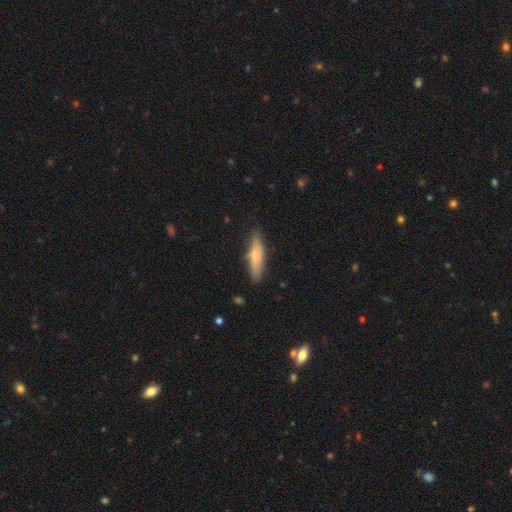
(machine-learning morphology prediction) The model was most divided on "smooth or featured": smooth: 68%, featured or disk: 26%, star or artifact: 6%. More confident: merging — none (78%); how rounded — cigar-shaped (73%).